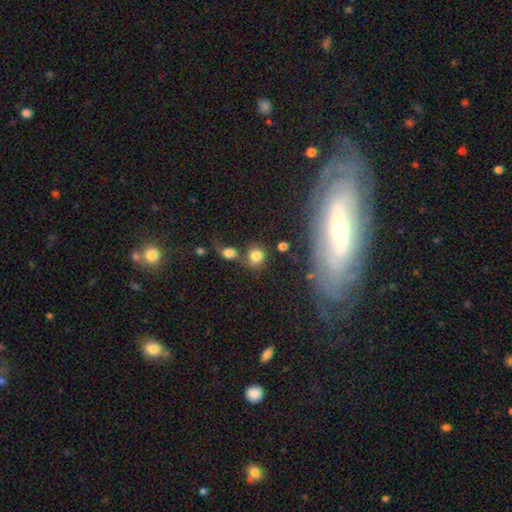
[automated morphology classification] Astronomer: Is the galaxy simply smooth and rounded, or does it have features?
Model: smooth — 77%.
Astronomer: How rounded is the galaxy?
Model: round — 79%.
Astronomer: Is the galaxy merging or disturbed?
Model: none — 49% (runner-up: merger, 29%).